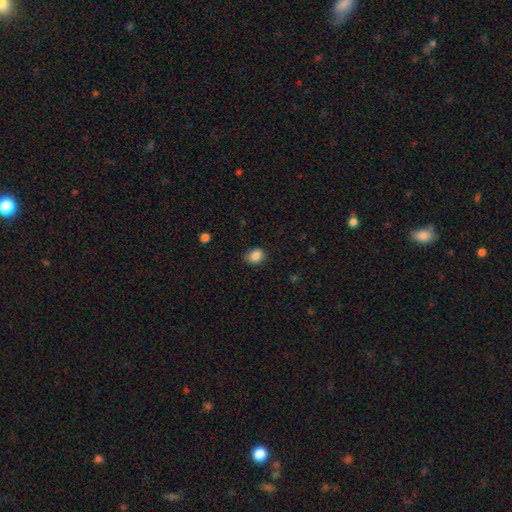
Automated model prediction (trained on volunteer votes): Smooth or featured? Predicted: smooth (p=0.87). How rounded? Predicted: round (p=0.54). Merging? Predicted: none (p=0.76).